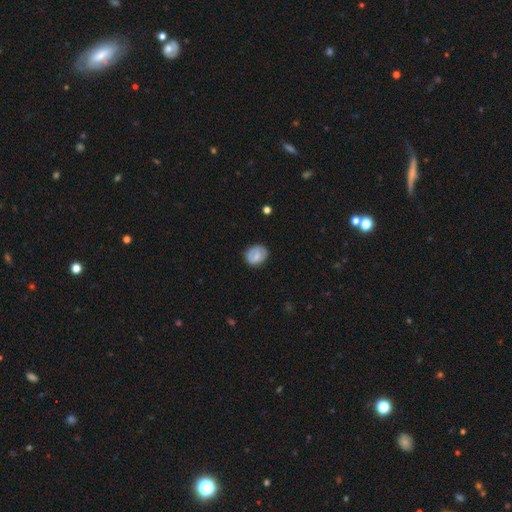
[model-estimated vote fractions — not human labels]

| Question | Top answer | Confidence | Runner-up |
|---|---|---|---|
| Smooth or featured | smooth | 68% | featured or disk (25%) |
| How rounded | round | 58% | in between (41%) |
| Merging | none | 77% | minor disturbance (17%) |